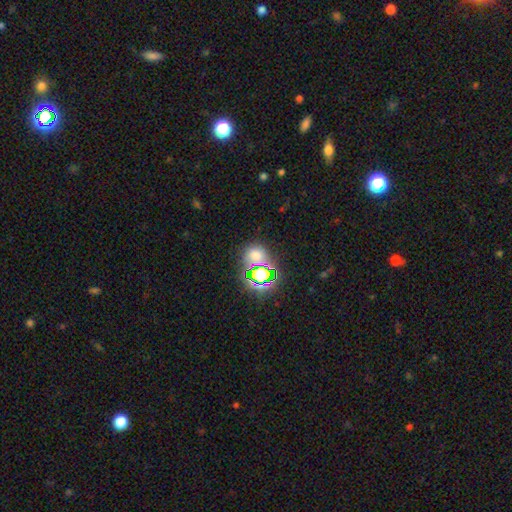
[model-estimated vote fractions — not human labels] Smooth or featured? Predicted: smooth (p=0.51). How rounded? Predicted: round (p=0.75). Merging? Predicted: none (p=0.67).